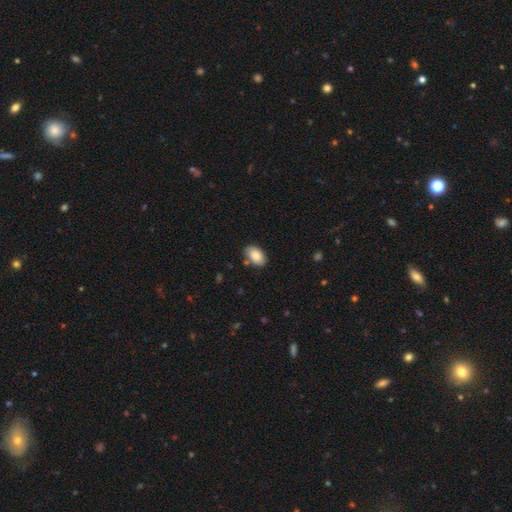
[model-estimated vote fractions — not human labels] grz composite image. It shows a smooth galaxy with no disk features (86%) that is in between round and cigar-shaped (92%). Merging: none (80%).